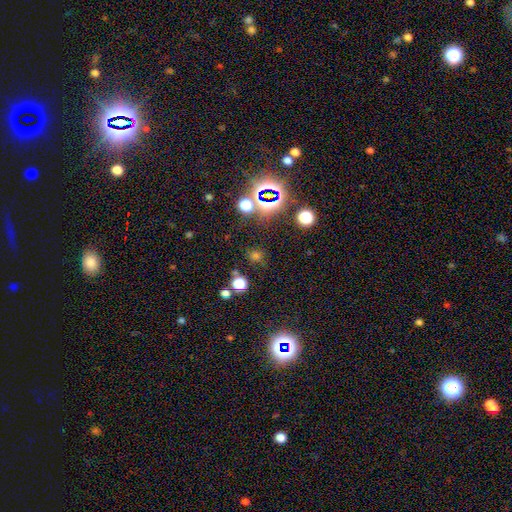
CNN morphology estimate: type=smooth (53%); roundness=round (83%); merging=none (78%).